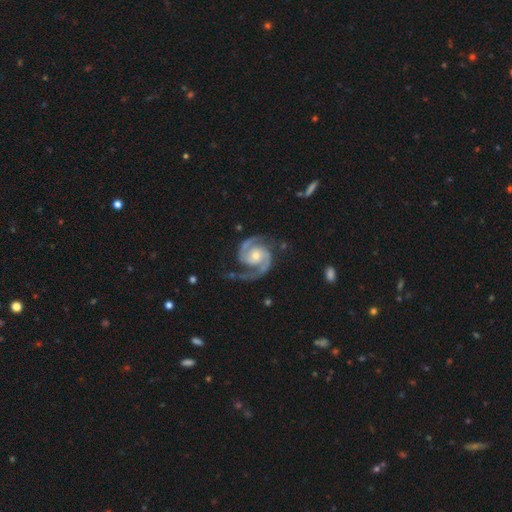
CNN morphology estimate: Smooth or featured: featured or disk — 93% (star or artifact — 4%)
Edge-on disk: no — 98% (yes — 2%)
Bar: no — 64% (weak — 26%)
Spiral arms: yes — 99% (no — 1%)
Spiral winding: medium — 57% (tight — 32%)
Spiral arm count: 2 — 93% (3 — 2%)
Bulge size: moderate — 49% (small — 46%)
Merging: none — 73% (minor disturbance — 16%)